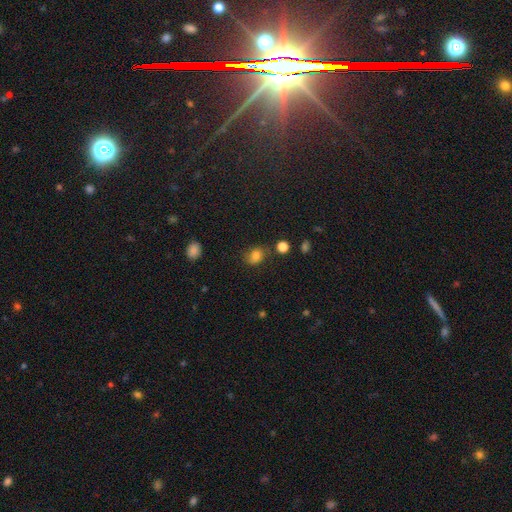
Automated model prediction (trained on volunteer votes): This is likely a smooth galaxy (78%). How rounded: possibly round (52%). Merging: likely none (70%).